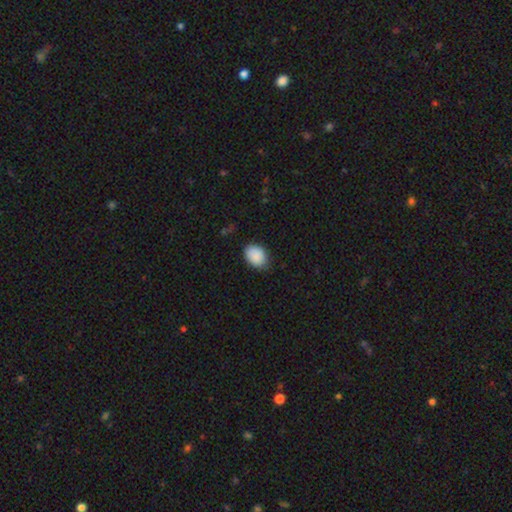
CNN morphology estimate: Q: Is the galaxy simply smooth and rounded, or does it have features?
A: smooth — 89%.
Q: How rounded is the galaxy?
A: in between — 72%.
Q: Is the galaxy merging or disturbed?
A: none — 79%.